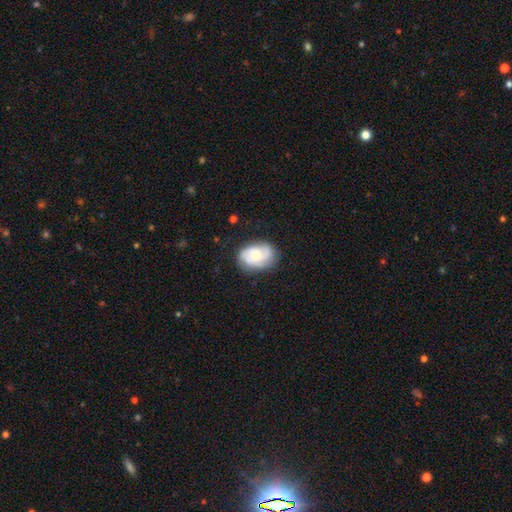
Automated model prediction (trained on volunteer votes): smooth_or_featured: featured or disk (p=0.59) [alt: smooth p=0.34]
disk_edge_on: no (p=0.97) [alt: yes p=0.03]
bar: no (p=0.74) [alt: weak p=0.23]
has_spiral_arms: yes (p=0.91) [alt: no p=0.09]
spiral_winding: tight (p=0.43) [alt: medium p=0.41]
spiral_arm_count: 3 (p=0.38) [alt: 2 p=0.27]
bulge_size: small (p=0.45) [alt: moderate p=0.42]
merging: none (p=0.72) [alt: minor disturbance p=0.20]